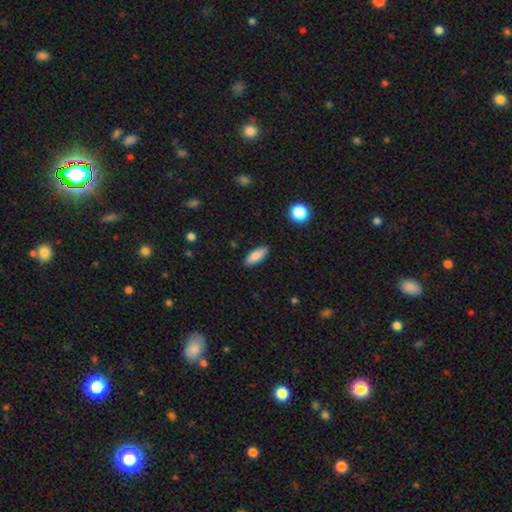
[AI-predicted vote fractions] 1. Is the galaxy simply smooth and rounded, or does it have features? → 85% smooth, 8% featured or disk, 7% star or artifact.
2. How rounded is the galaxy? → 75% in between, 23% cigar-shaped, 2% round.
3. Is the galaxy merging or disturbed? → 88% none, 9% minor disturbance, 2% major disturbance, 1% merger.